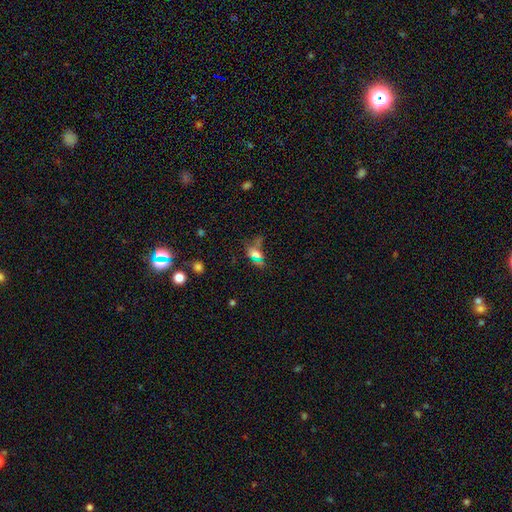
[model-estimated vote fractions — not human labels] smooth 49%, star or artifact 33%, featured or disk 18%. Down the decision tree: merging — none (51%).